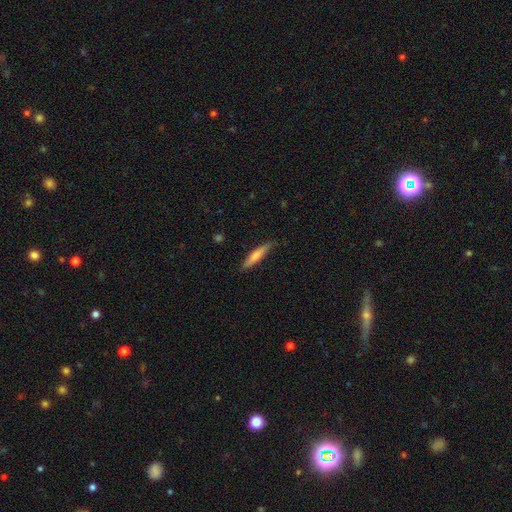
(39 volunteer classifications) Morphology: type=smooth (62%); roundness=cigar-shaped (88%); merging=none (84%).